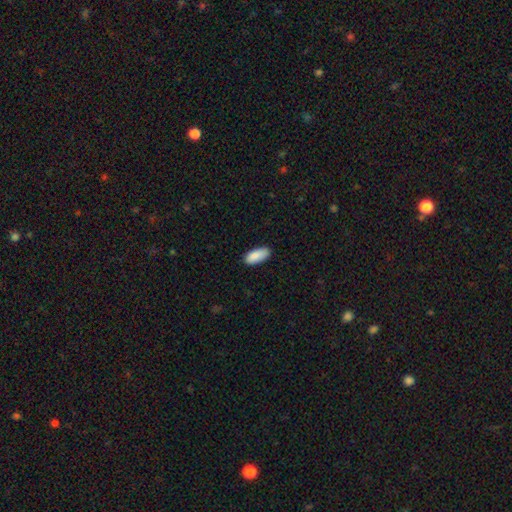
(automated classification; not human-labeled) smooth_or_featured: smooth (p=0.89) [alt: star or artifact p=0.06]
how_rounded: in between (p=0.88) [alt: cigar-shaped p=0.10]
merging: none (p=0.83) [alt: minor disturbance p=0.14]